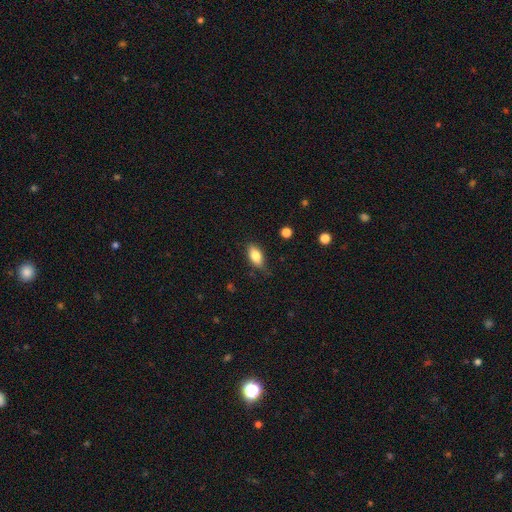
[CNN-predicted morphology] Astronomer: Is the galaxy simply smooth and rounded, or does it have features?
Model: smooth — 78%.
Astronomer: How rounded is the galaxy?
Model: in between — 85%.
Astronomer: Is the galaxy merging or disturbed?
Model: none — 76%.